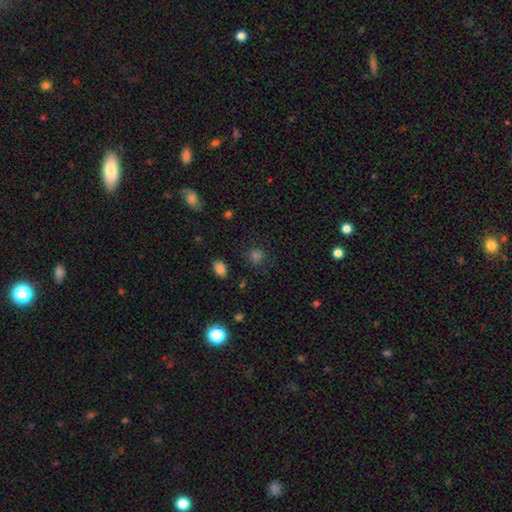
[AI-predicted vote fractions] The model was most divided on "smooth or featured": smooth: 65%, star or artifact: 29%, featured or disk: 6%. More confident: how rounded — round (82%); merging — none (80%).